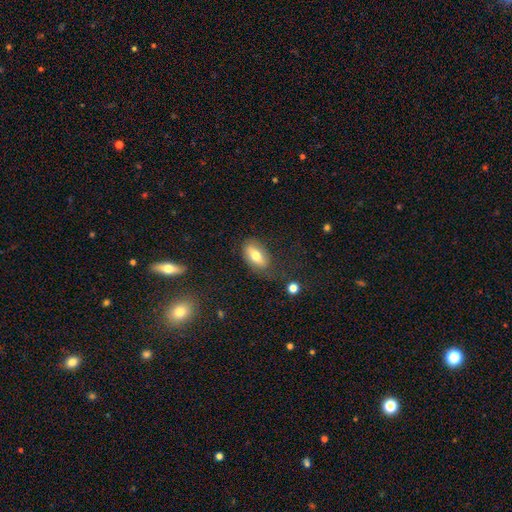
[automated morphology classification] This appears to be a smooth galaxy with no disk features (70%) that is in between round and cigar-shaped (89%). Merging: none (68%).